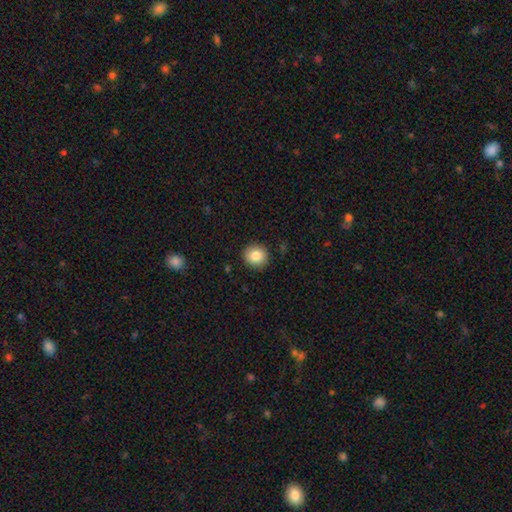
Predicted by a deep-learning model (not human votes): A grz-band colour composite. It shows a smooth galaxy with no disk features (85%) that is round (88%). Merging: none (90%).